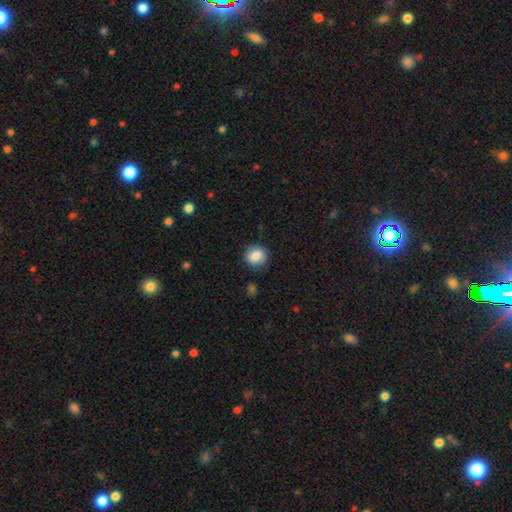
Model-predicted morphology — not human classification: type=smooth (85%); roundness=round (81%); merging=none (85%).